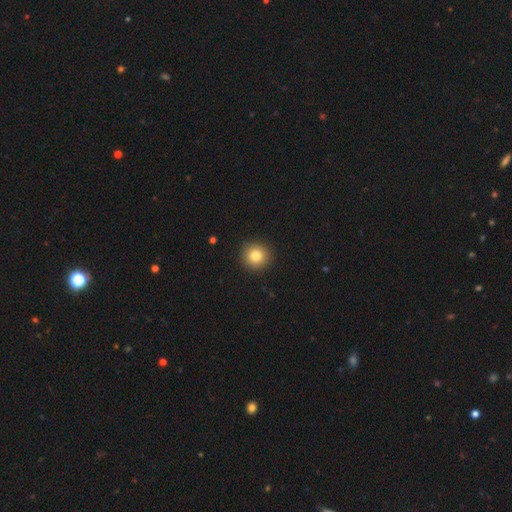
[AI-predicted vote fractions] Overall: smooth (81%). How rounded: round (94%). Merging: none (92%).